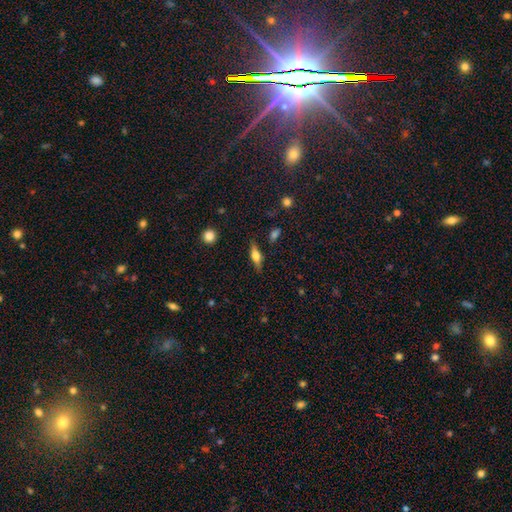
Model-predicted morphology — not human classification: This appears to be a featured or disk galaxy (47%). Merging: none (83%).